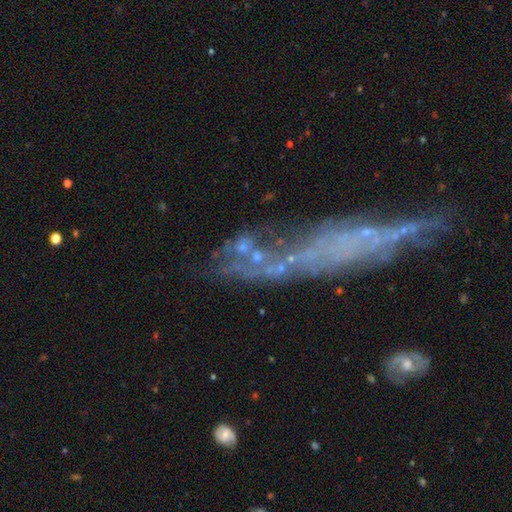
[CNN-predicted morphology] This appears to be a featured or disk galaxy (51%). Merging: none (41%).